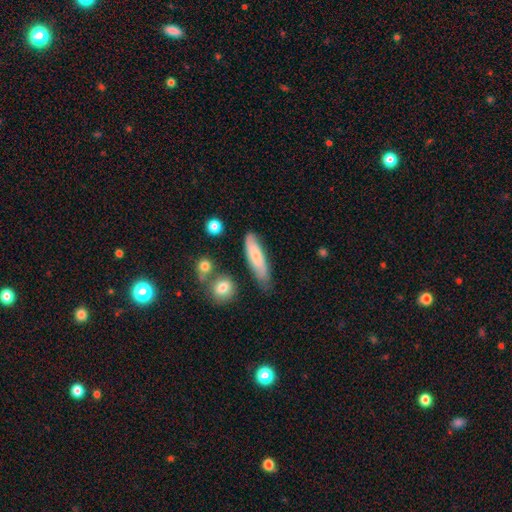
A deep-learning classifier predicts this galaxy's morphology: This is likely a smooth galaxy (71%). How rounded: likely cigar-shaped (65%). Merging: likely none (63%).